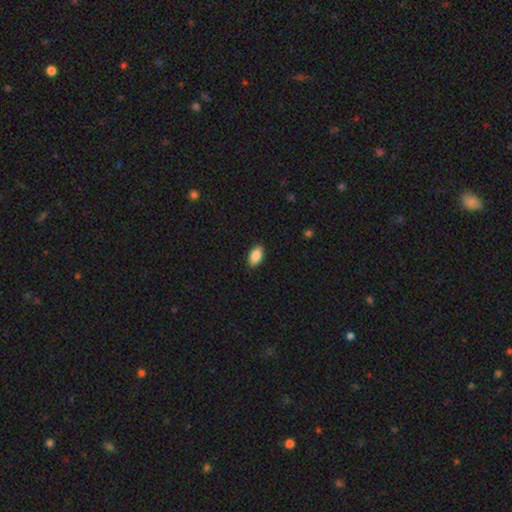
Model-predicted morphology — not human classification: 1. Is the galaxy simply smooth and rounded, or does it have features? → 88% smooth, 7% star or artifact, 5% featured or disk.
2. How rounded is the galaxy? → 93% in between, 4% round, 3% cigar-shaped.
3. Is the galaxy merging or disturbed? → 89% none, 9% minor disturbance, 2% major disturbance, 1% merger.